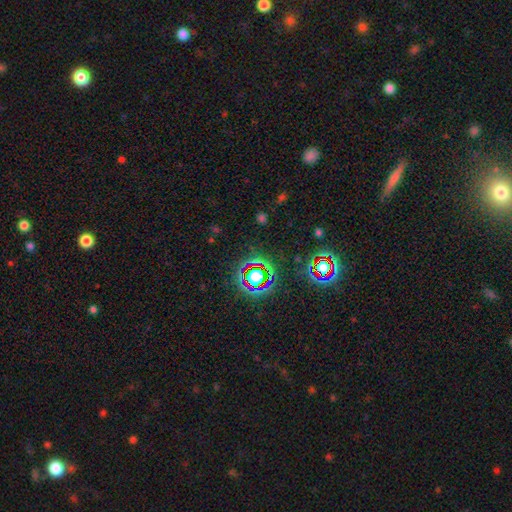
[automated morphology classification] Smooth or featured: star or artifact — 73% (smooth — 16%)